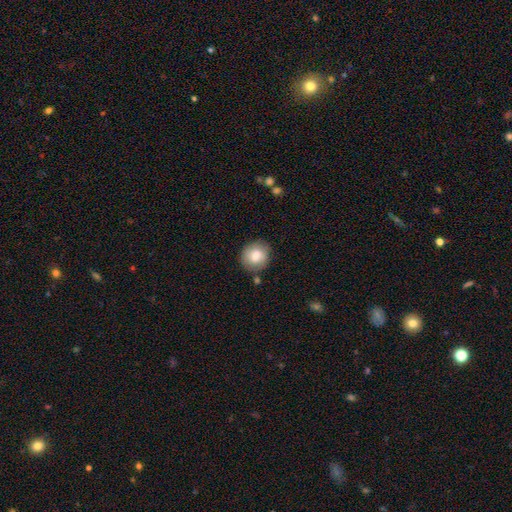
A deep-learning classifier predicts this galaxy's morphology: This is clearly a smooth galaxy (81%). How rounded: likely round (78%). Merging: likely none (79%).